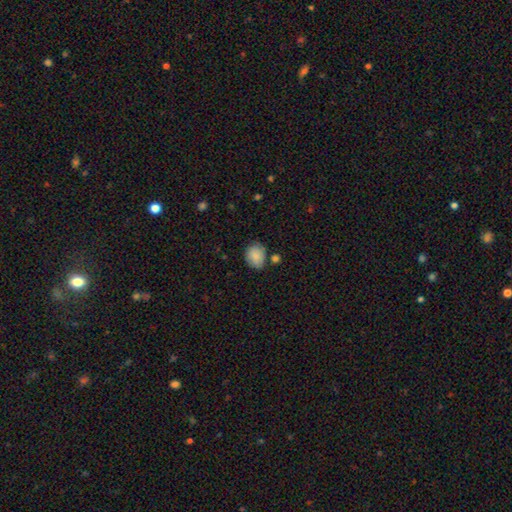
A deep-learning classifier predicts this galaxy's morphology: A smooth galaxy with no disk features (85%) that is round (59%). Merging: none (72%).